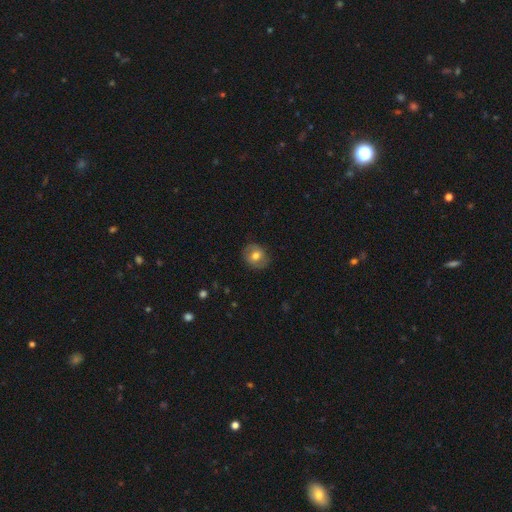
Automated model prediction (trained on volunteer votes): Smooth or featured?
  - smooth: 65% *
  - featured or disk: 27%
  - star or artifact: 8%
How rounded?
  - round: 70% *
  - in between: 29%
  - cigar-shaped: 1%
Merging?
  - none: 84% *
  - minor disturbance: 12%
  - major disturbance: 3%
  - merger: 1%